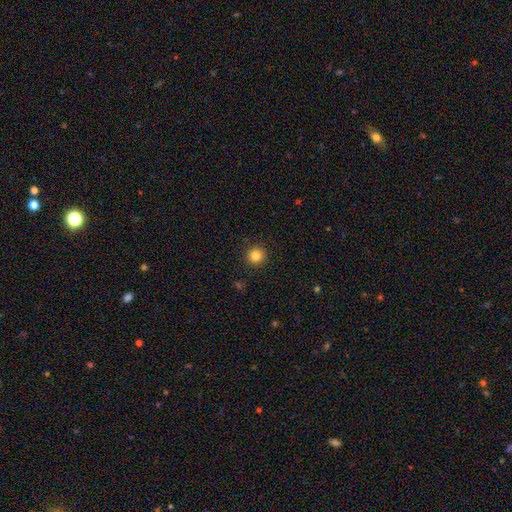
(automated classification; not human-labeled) smooth_or_featured: smooth (p=0.83) [alt: star or artifact p=0.12]
how_rounded: round (p=0.95) [alt: in between p=0.04]
merging: none (p=0.92) [alt: minor disturbance p=0.05]